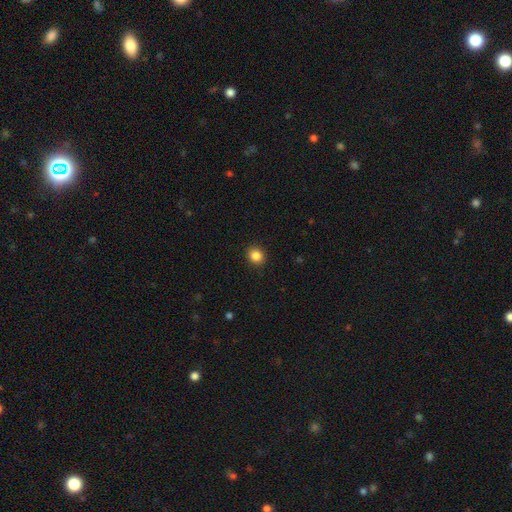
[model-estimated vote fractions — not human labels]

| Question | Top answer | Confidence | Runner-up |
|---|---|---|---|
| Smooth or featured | smooth | 86% | star or artifact (10%) |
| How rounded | round | 76% | in between (23%) |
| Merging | none | 91% | minor disturbance (6%) |